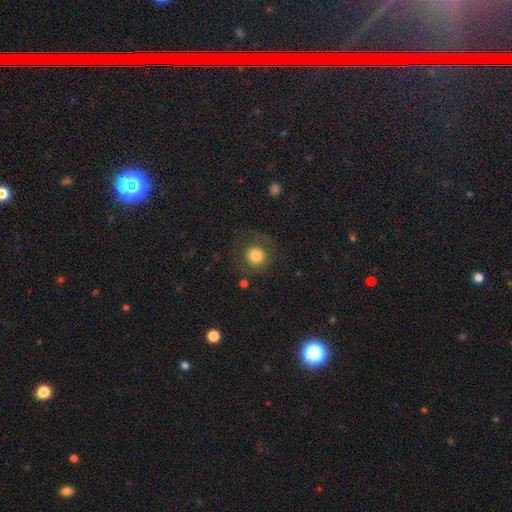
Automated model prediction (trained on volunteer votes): This appears to be a smooth galaxy with no disk features (77%) that is round (93%). Merging: none (73%).